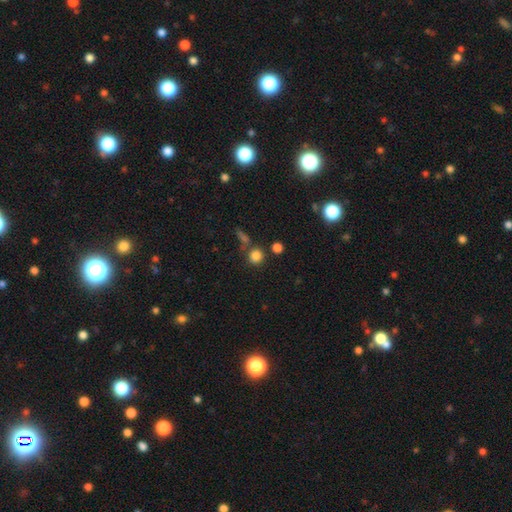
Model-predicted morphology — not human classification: Smooth or featured?
  - smooth: 81% *
  - star or artifact: 13%
  - featured or disk: 6%
How rounded?
  - round: 89% *
  - in between: 10%
  - cigar-shaped: 1%
Merging?
  - none: 73% *
  - merger: 14%
  - minor disturbance: 9%
  - major disturbance: 4%